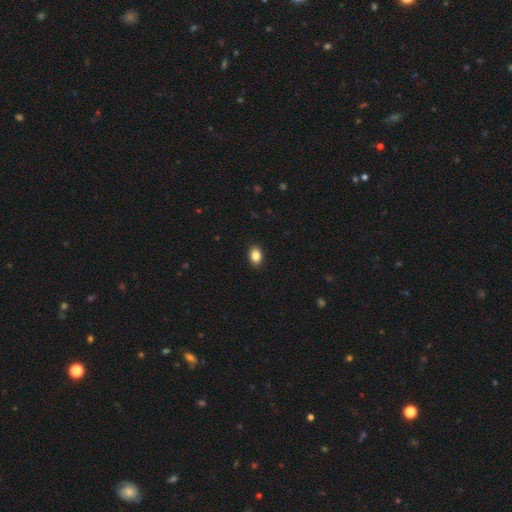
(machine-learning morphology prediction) This appears to be a smooth galaxy with no disk features (86%) that is in between round and cigar-shaped (83%). Merging: none (91%).